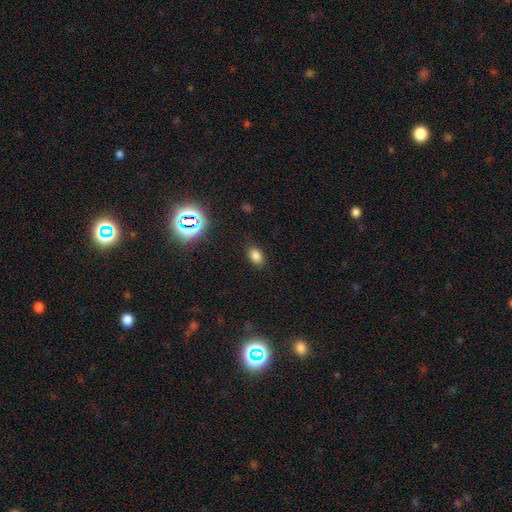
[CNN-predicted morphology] smooth-or-featured: smooth: 78% | star or artifact: 17% | featured or disk: 6%
  how-rounded: in between: 82% | round: 16% | cigar-shaped: 2%
  merging: none: 84% | minor disturbance: 12% | major disturbance: 3% | merger: 1%